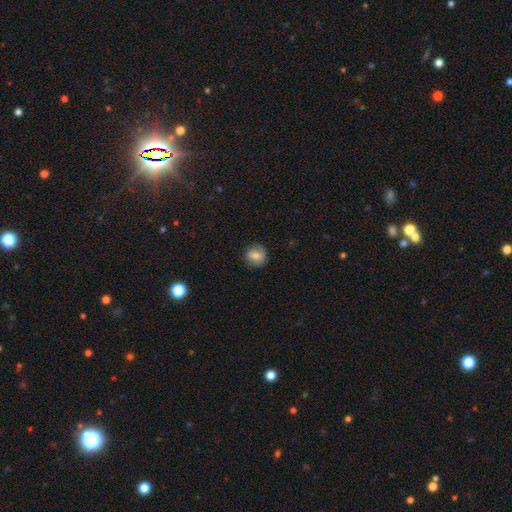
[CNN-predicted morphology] Overall: smooth (75%). How rounded: round (84%). Merging: none (83%).